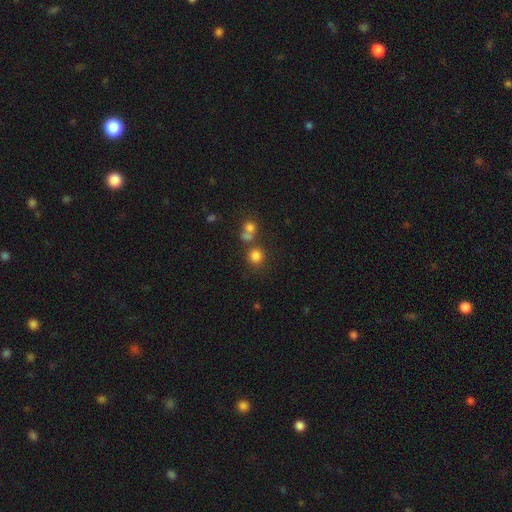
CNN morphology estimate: smooth_or_featured: smooth (p=0.79) [alt: star or artifact p=0.15]
how_rounded: round (p=0.90) [alt: in between p=0.09]
merging: none (p=0.67) [alt: merger p=0.20]